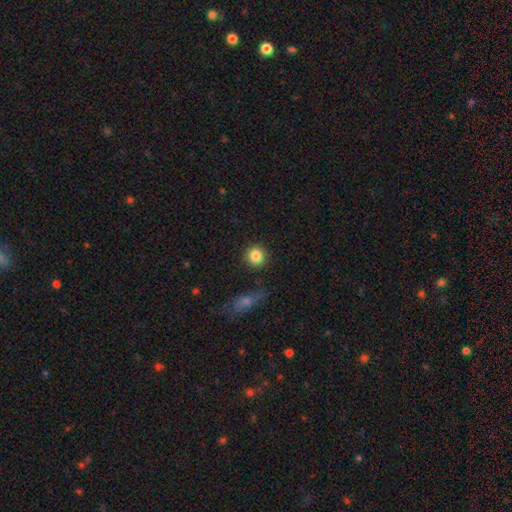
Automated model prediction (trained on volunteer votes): The model was most divided on "smooth or featured": smooth: 85%, star or artifact: 10%, featured or disk: 6%. More confident: how rounded — round (91%); merging — none (87%).